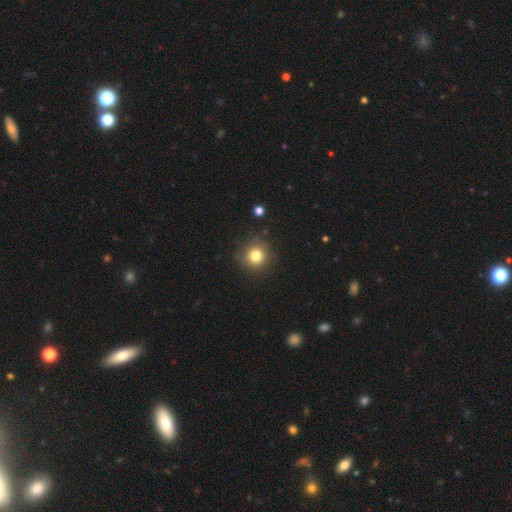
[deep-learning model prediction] Smooth or featured: smooth — 80% (star or artifact — 13%)
How rounded: round — 93% (in between — 6%)
Merging: none — 88% (minor disturbance — 7%)